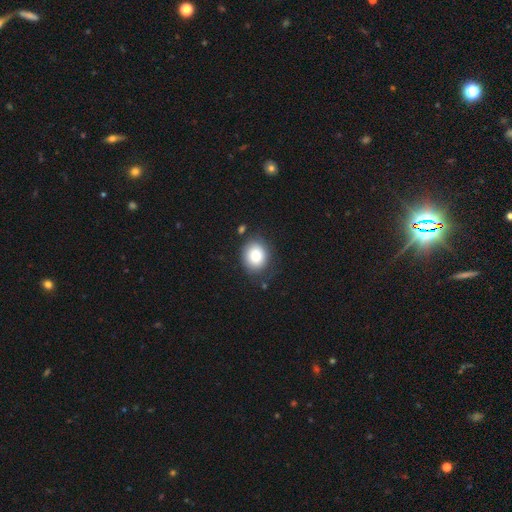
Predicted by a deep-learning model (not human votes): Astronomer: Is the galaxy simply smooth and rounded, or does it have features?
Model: smooth — 84%.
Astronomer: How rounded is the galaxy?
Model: round — 61% (runner-up: in between, 38%).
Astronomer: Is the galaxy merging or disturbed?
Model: none — 78%.